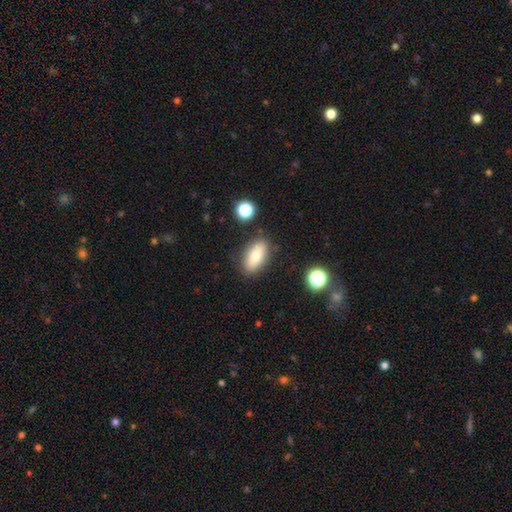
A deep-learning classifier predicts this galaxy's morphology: Overall: smooth (76%). How rounded: in between (82%). Merging: none (83%).